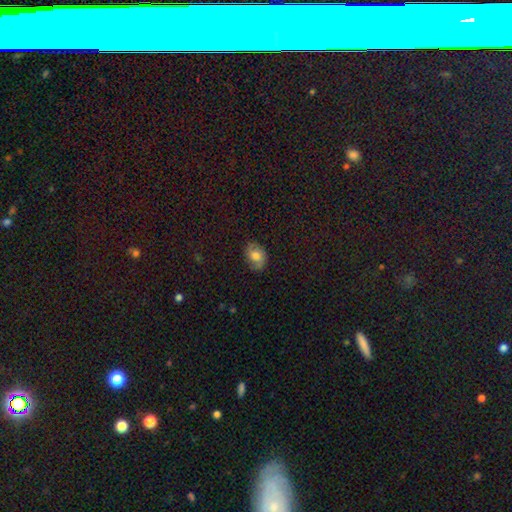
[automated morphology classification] Overall: smooth (52%; featured or disk 38%). How rounded: in between (65%; round 34%). Merging: none (77%).